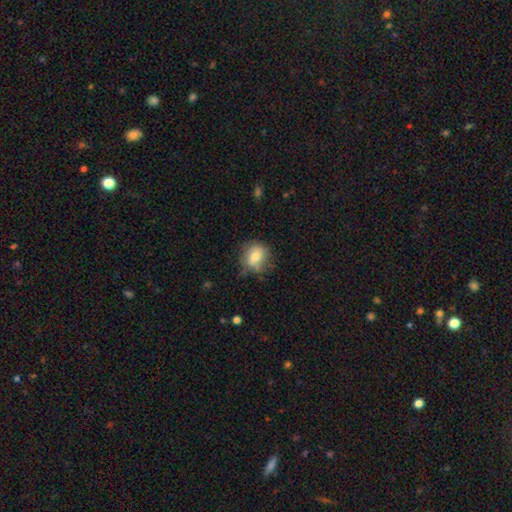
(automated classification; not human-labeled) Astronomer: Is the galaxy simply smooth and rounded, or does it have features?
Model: smooth — 71%.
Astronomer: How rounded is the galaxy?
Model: round — 58% (runner-up: in between, 40%).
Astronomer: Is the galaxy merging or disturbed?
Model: none — 63%.